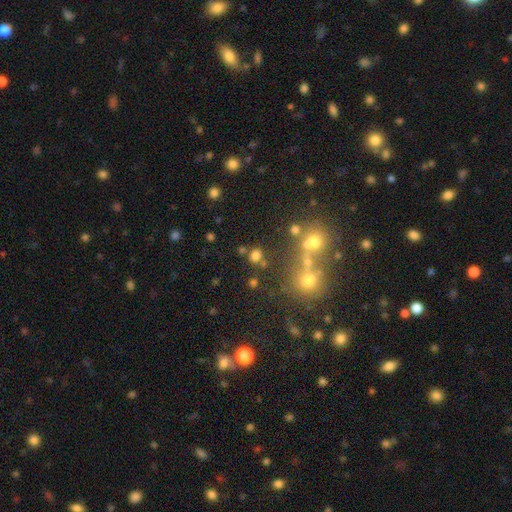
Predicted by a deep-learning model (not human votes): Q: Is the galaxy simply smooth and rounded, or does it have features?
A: smooth — 71%.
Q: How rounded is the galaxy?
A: round — 82%.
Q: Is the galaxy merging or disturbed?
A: none — 70%.